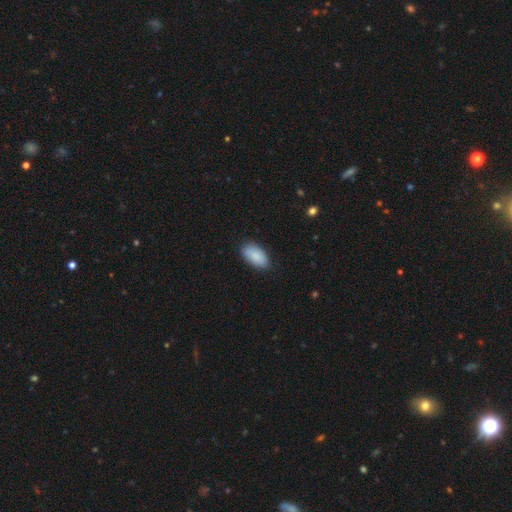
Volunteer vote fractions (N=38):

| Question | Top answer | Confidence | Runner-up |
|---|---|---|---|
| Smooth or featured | smooth | 92% | featured or disk (5%) |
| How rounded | in between | 94% | round (3%) |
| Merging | none | 73% | minor disturbance (24%) |